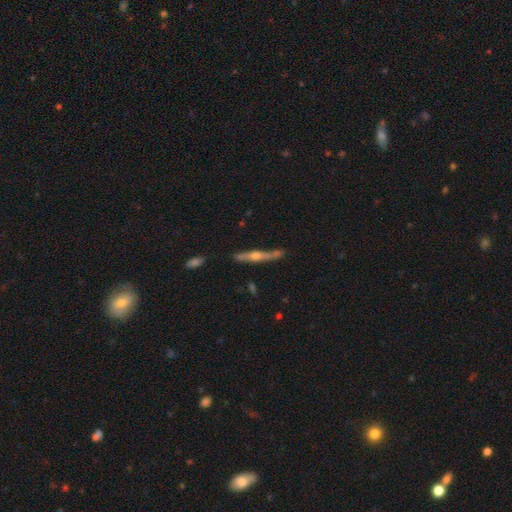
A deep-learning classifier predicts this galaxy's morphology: Overall: featured or disk (72%). Edge-on disk: yes (95%). Edge-on bulge: rounded (86%). Merging: none (76%).